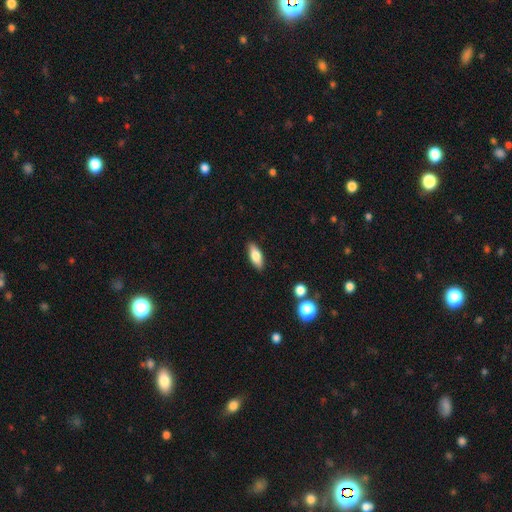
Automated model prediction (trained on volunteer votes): Morphology: type=smooth (74%); roundness=in between (71%); merging=none (88%).